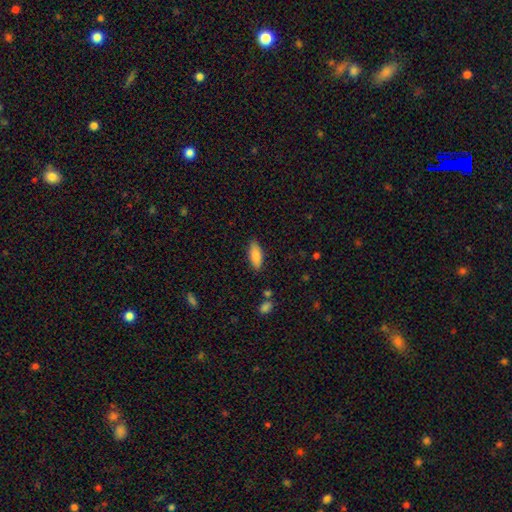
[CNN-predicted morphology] This appears to be a smooth galaxy with no disk features (85%) that is in between round and cigar-shaped (79%). Merging: none (85%).